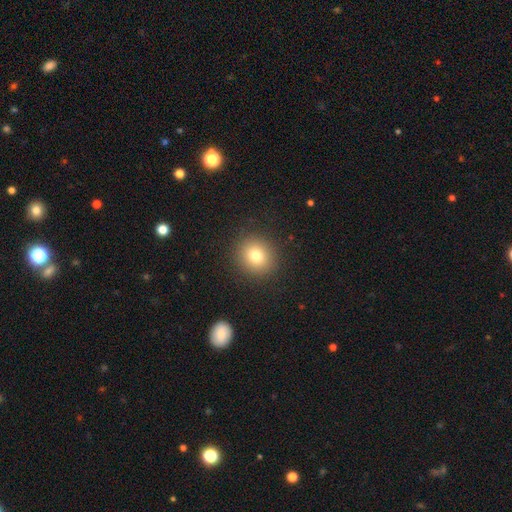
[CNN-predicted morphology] Smooth or featured?
  - smooth: 78% *
  - star or artifact: 13%
  - featured or disk: 9%
How rounded?
  - round: 85% *
  - in between: 14%
  - cigar-shaped: 1%
Merging?
  - none: 90% *
  - minor disturbance: 6%
  - major disturbance: 3%
  - merger: 1%